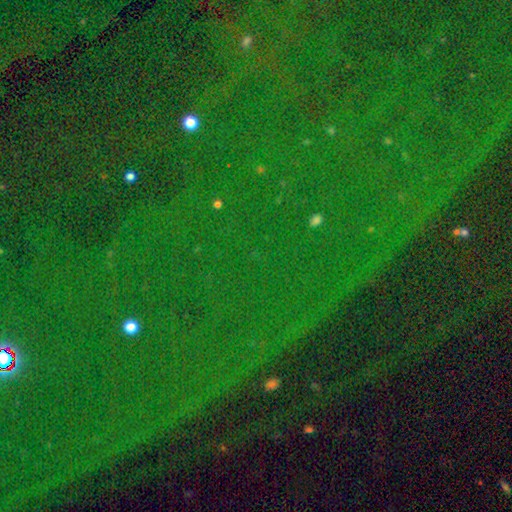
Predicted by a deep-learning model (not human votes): Smooth or featured?
  - star or artifact: 83% *
  - smooth: 10%
  - featured or disk: 8%